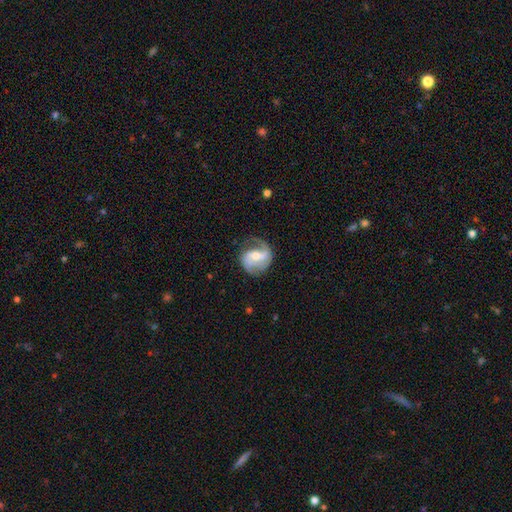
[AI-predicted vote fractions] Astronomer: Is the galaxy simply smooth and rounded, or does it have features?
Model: featured or disk — 82%.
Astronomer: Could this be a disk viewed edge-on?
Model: no — 97%.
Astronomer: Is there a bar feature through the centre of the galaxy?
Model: weak — 43% (runner-up: no, 31%).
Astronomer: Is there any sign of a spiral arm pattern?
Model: yes — 94%.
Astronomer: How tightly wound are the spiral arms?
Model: medium — 47% (runner-up: loose, 34%).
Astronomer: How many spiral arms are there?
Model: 2 — 77%.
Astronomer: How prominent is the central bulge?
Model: moderate — 55% (runner-up: small, 39%).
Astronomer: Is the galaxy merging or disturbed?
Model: none — 67%.